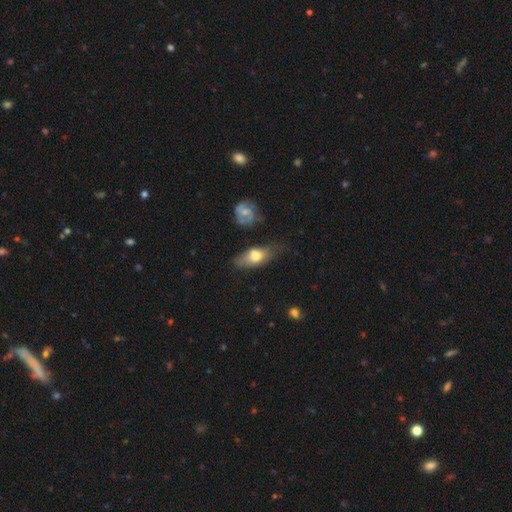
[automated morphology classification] smooth_or_featured: smooth (p=0.62) [alt: featured or disk p=0.31]
how_rounded: in between (p=0.77) [alt: cigar-shaped p=0.18]
merging: none (p=0.59) [alt: minor disturbance p=0.28]